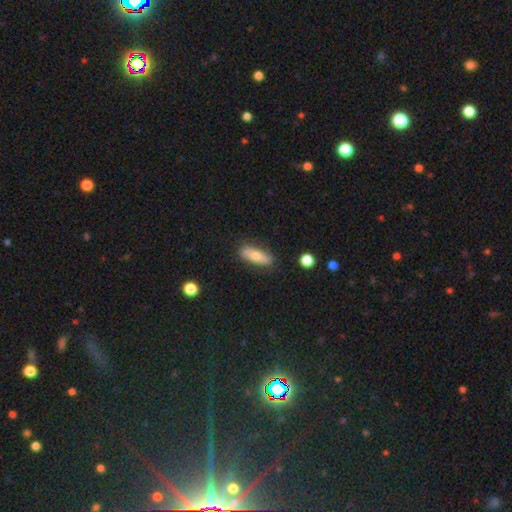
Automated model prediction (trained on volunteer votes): Smooth or featured?
  - smooth: 66% *
  - featured or disk: 27%
  - star or artifact: 7%
How rounded?
  - in between: 56% *
  - cigar-shaped: 41%
  - round: 3%
Merging?
  - none: 82% *
  - minor disturbance: 13%
  - major disturbance: 3%
  - merger: 2%